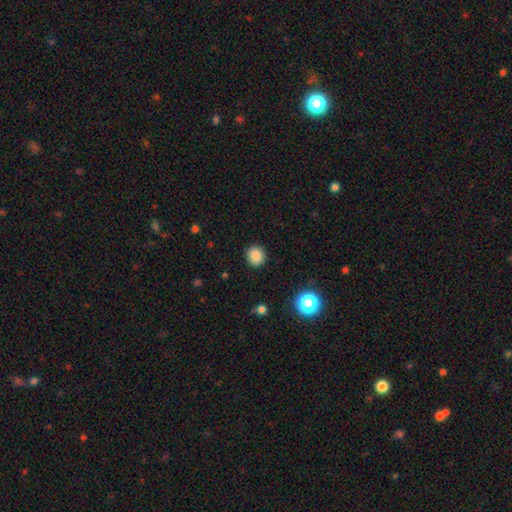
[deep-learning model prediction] Smooth or featured?
  - smooth: 85% *
  - star or artifact: 11%
  - featured or disk: 4%
How rounded?
  - round: 88% *
  - in between: 11%
  - cigar-shaped: 1%
Merging?
  - none: 91% *
  - minor disturbance: 6%
  - major disturbance: 2%
  - merger: 1%